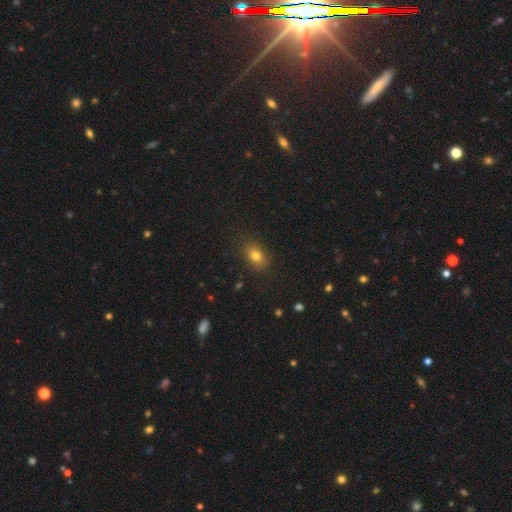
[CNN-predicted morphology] Smooth or featured: smooth — 79% (star or artifact — 12%)
How rounded: in between — 74% (round — 24%)
Merging: none — 84% (minor disturbance — 11%)